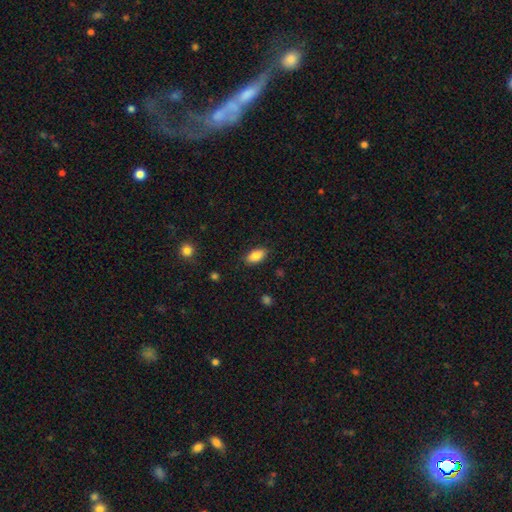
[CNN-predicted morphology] smooth-or-featured: smooth: 87% | star or artifact: 8% | featured or disk: 6%
  how-rounded: in between: 92% | round: 4% | cigar-shaped: 4%
  merging: none: 85% | minor disturbance: 11% | major disturbance: 3% | merger: 1%